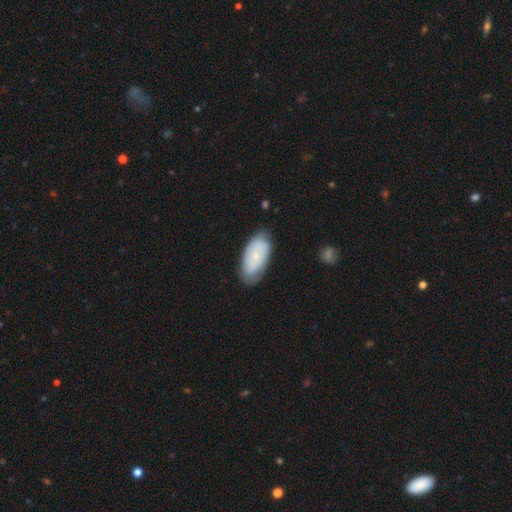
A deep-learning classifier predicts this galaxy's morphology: Smooth or featured? smooth (55%)
How rounded? in between (93%)
Merging? none (72%)